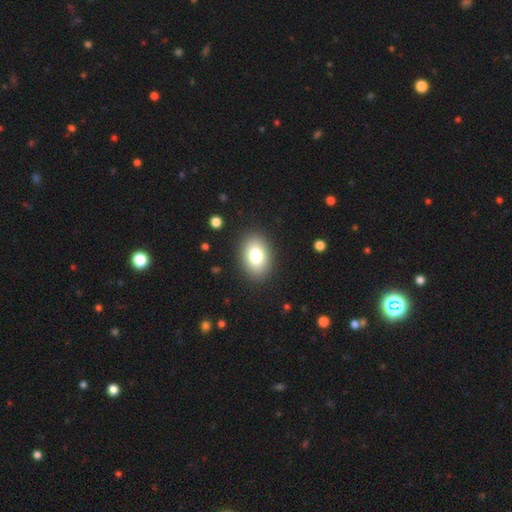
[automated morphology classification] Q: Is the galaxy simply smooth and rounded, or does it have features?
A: smooth — 80%.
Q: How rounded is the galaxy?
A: in between — 82%.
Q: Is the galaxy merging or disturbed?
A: none — 88%.